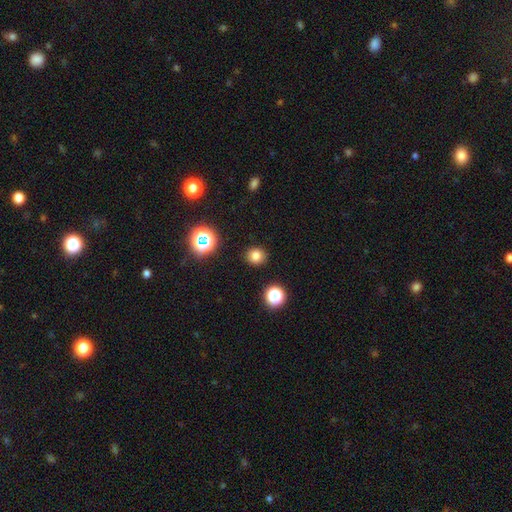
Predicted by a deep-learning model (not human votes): This appears to be a smooth galaxy with no disk features (78%) that is round (83%). Merging: none (89%).